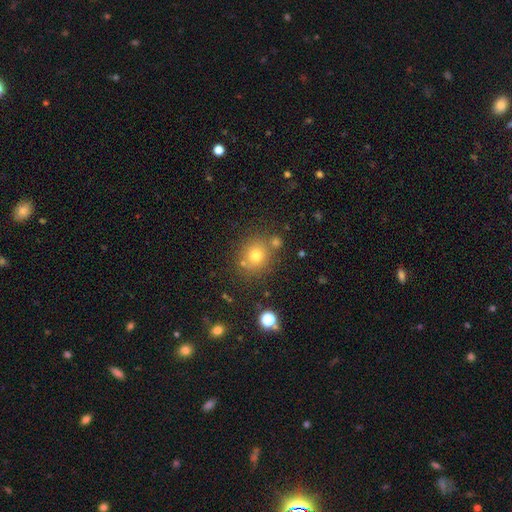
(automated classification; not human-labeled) A smooth galaxy with no disk features (72%) that is round (82%).

Vote fractions:
- Smooth or featured? smooth: 72% / star or artifact: 18% / featured or disk: 10%
- How rounded? round: 82% / in between: 17% / cigar-shaped: 1%
- Merging? none: 75% / merger: 11% / minor disturbance: 10% / major disturbance: 4%